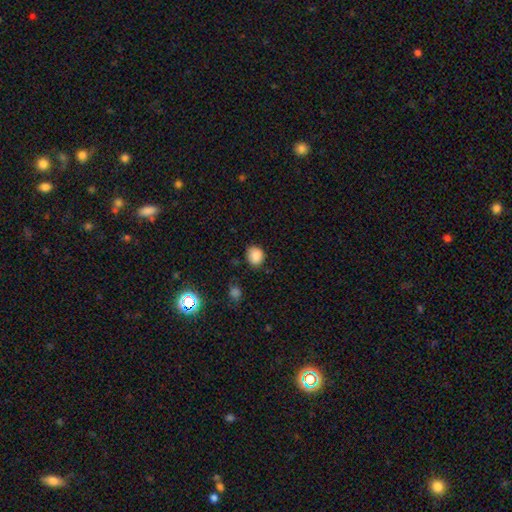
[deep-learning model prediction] Q: Smooth or featured?
A: smooth (86%); runner-up: star or artifact (11%)
Q: How rounded?
A: round (69%); runner-up: in between (31%)
Q: Merging?
A: none (78%); runner-up: minor disturbance (16%)